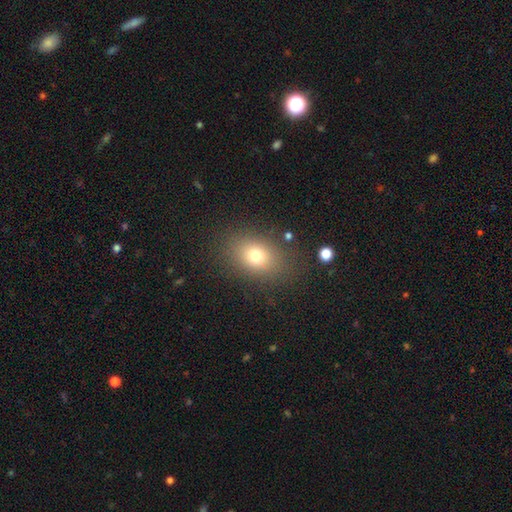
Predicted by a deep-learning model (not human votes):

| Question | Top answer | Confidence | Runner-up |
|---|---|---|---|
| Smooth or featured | smooth | 74% | star or artifact (14%) |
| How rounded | in between | 66% | round (32%) |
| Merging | none | 81% | minor disturbance (11%) |